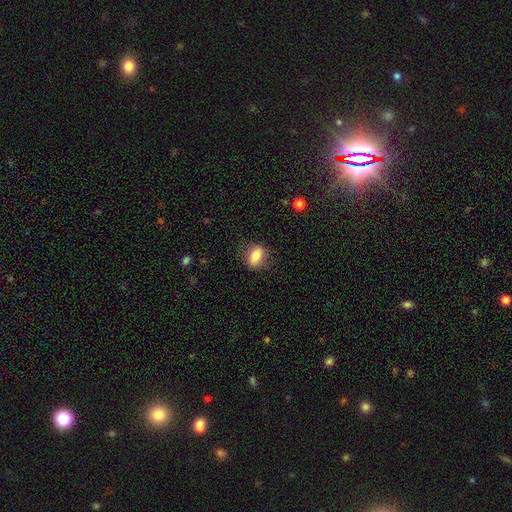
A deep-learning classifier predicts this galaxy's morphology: This appears to be a smooth galaxy with no disk features (78%) that is in between round and cigar-shaped (72%). Merging: none (81%).